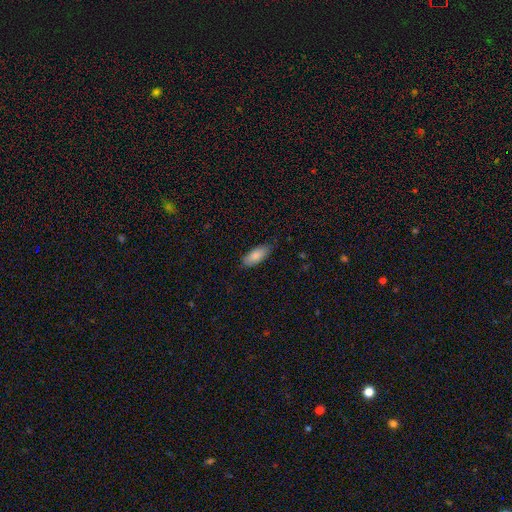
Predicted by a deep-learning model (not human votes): smooth-or-featured: smooth: 84% | featured or disk: 10% | star or artifact: 6%
  how-rounded: in between: 82% | cigar-shaped: 17% | round: 2%
  merging: none: 78% | minor disturbance: 18% | major disturbance: 3% | merger: 1%